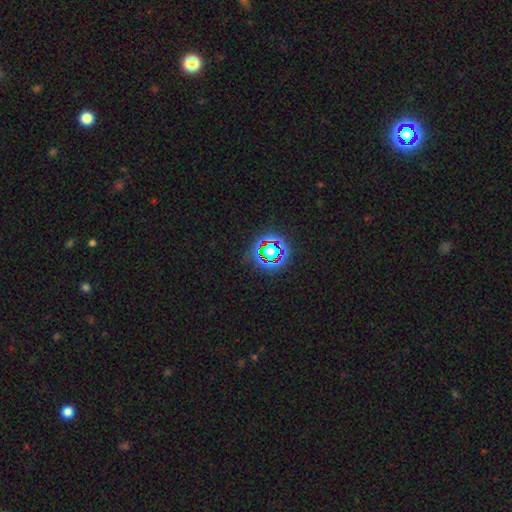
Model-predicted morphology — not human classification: The model was most divided on "smooth or featured": star or artifact: 75%, smooth: 17%, featured or disk: 9%.